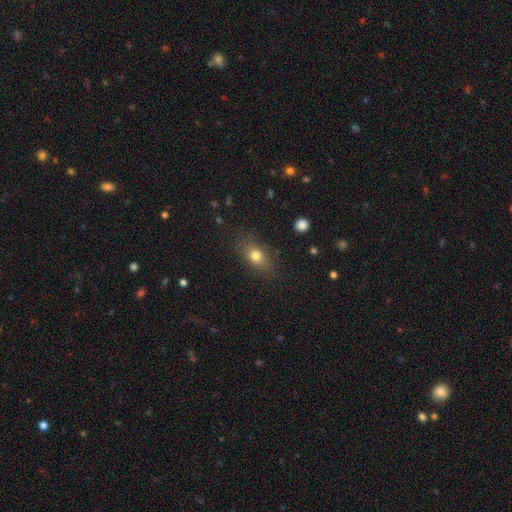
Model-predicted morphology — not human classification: Smooth or featured? Predicted: smooth (p=0.76). How rounded? Predicted: in between (p=0.71). Merging? Predicted: none (p=0.80).